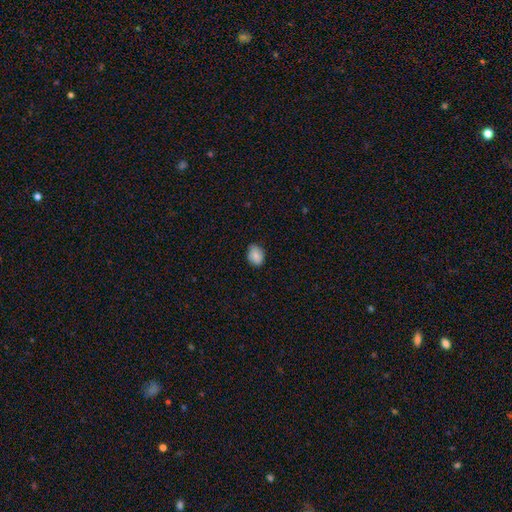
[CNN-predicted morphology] The model was most divided on "how rounded": in between: 64%, round: 35%, cigar-shaped: 1%. More confident: smooth or featured — smooth (84%); merging — none (81%).